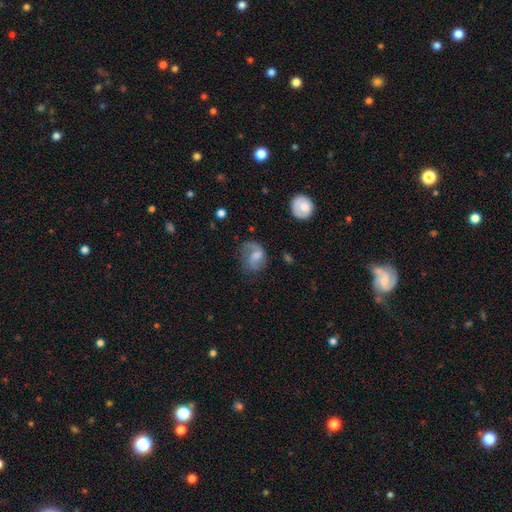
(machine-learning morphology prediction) Q: Smooth or featured?
A: featured or disk (52%); runner-up: smooth (39%)
Q: Edge-on disk?
A: no (97%); runner-up: yes (3%)
Q: Bar?
A: weak (46%); runner-up: no (42%)
Q: Spiral arms?
A: yes (80%); runner-up: no (20%)
Q: Bulge size?
A: moderate (36%); runner-up: none (26%)
Q: Merging?
A: none (46%); runner-up: minor disturbance (26%)